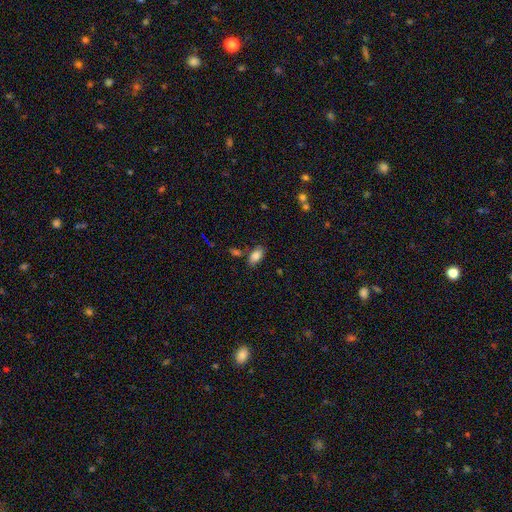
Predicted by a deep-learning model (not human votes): smooth_or_featured: smooth (p=0.85) [alt: star or artifact p=0.08]
how_rounded: in between (p=0.92) [alt: round p=0.04]
merging: none (p=0.76) [alt: minor disturbance p=0.13]